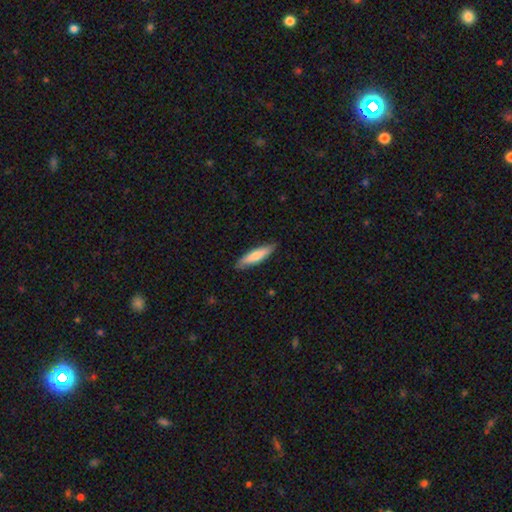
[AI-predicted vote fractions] Morphology: type=smooth (72%); roundness=cigar-shaped (76%); merging=none (86%).